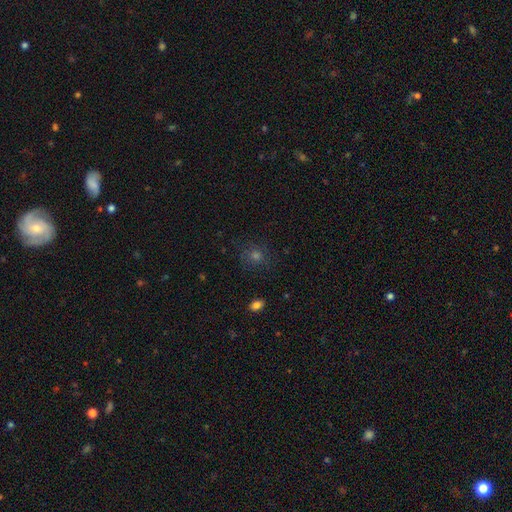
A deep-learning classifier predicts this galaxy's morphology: This appears to be a smooth galaxy with no disk features (57%) that is round (85%). Merging: none (84%).